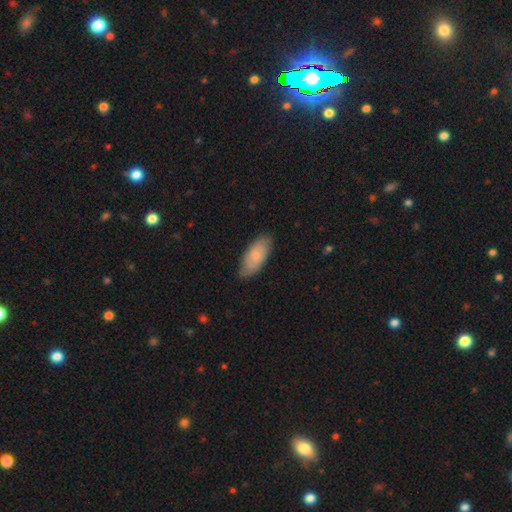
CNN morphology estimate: A smooth galaxy with no disk features (71%) that is in between round and cigar-shaped (86%). Merging: none (79%).